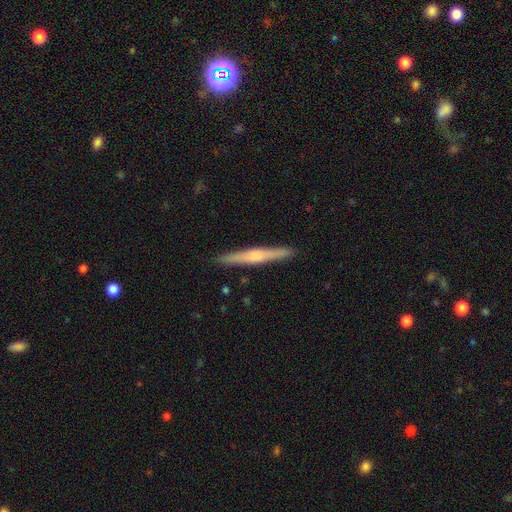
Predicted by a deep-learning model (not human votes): This appears to be a featured or disk galaxy (56%) viewed edge-on (98%) with a rounded central bulge (66%). Merging: none (91%).